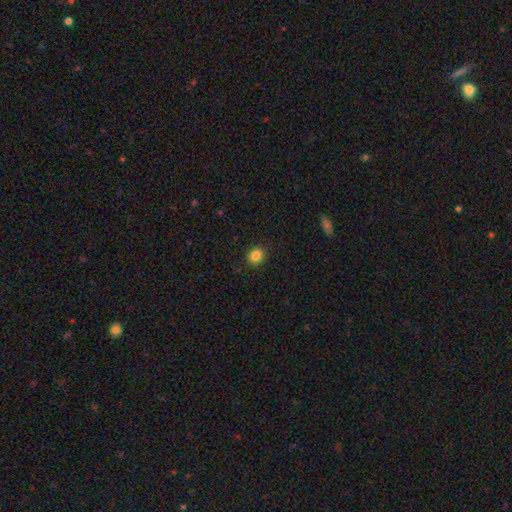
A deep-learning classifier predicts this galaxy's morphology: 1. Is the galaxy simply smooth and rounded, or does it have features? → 84% smooth, 11% star or artifact, 5% featured or disk.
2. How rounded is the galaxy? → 76% round, 24% in between, 1% cigar-shaped.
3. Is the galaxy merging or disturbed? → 89% none, 7% minor disturbance, 2% major disturbance, 1% merger.